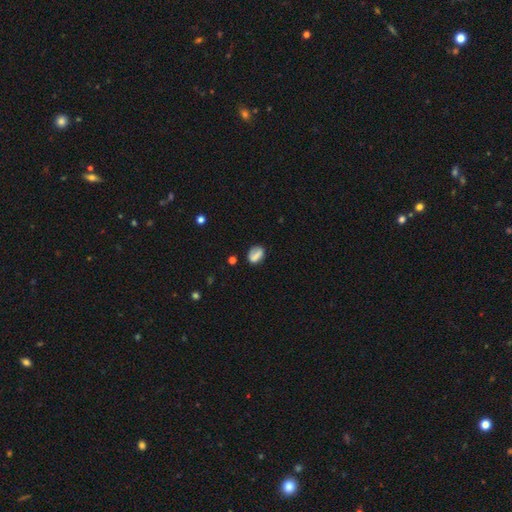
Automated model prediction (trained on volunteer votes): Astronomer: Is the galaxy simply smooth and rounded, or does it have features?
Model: smooth — 73%.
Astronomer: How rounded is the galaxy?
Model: in between — 68%.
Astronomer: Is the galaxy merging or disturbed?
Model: none — 65%.